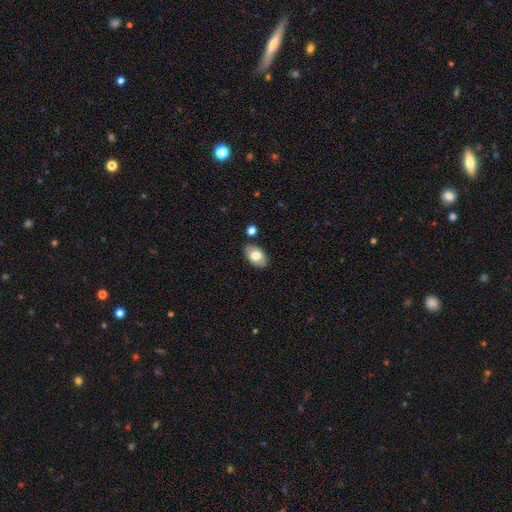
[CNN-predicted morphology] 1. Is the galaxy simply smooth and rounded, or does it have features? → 76% smooth, 18% featured or disk, 7% star or artifact.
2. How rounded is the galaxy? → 93% in between, 6% round, 1% cigar-shaped.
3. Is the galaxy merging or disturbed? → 84% none, 10% minor disturbance, 4% merger, 2% major disturbance.